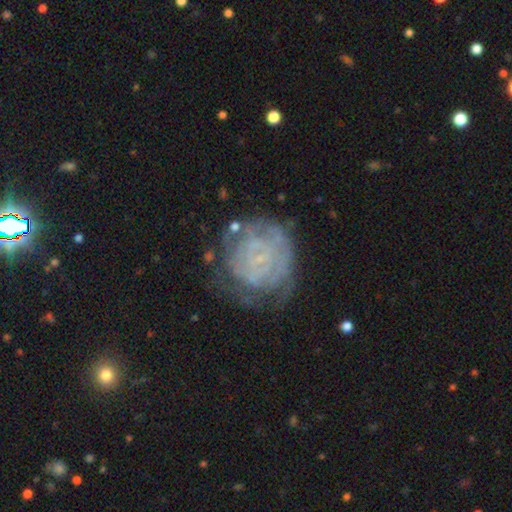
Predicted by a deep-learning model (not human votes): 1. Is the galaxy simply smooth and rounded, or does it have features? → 70% featured or disk, 18% smooth, 12% star or artifact.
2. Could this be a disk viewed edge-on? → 97% no, 3% yes.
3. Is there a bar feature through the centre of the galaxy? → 70% no, 23% weak, 6% strong.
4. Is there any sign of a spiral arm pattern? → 81% yes, 19% no.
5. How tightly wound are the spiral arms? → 76% tight, 18% medium, 6% loose.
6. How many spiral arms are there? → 55% can't tell, 13% 2, 11% 3, 8% 4, 6% more than 4, 6% 1.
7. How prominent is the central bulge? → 60% small, 31% none, 6% moderate, 1% large, 1% dominant.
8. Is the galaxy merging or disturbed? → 65% none, 20% minor disturbance, 13% major disturbance, 2% merger.